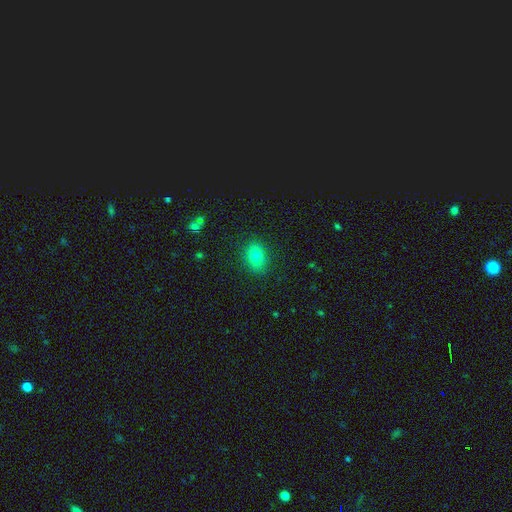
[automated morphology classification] smooth-or-featured: smooth: 81% | star or artifact: 11% | featured or disk: 8%
  how-rounded: in between: 79% | round: 20% | cigar-shaped: 2%
  merging: none: 86% | minor disturbance: 10% | major disturbance: 3% | merger: 1%